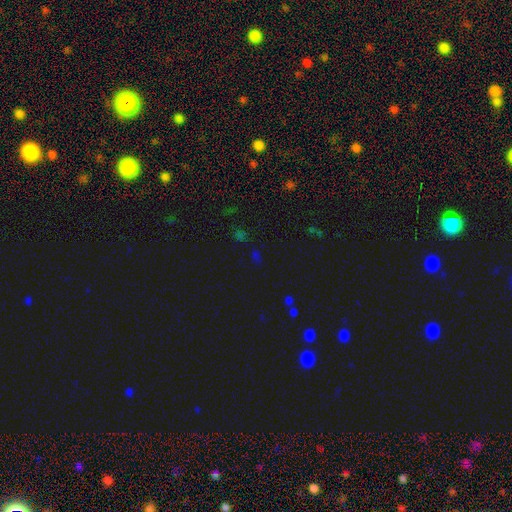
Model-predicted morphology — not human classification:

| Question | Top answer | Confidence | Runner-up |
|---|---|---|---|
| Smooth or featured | star or artifact | 61% | smooth (31%) |